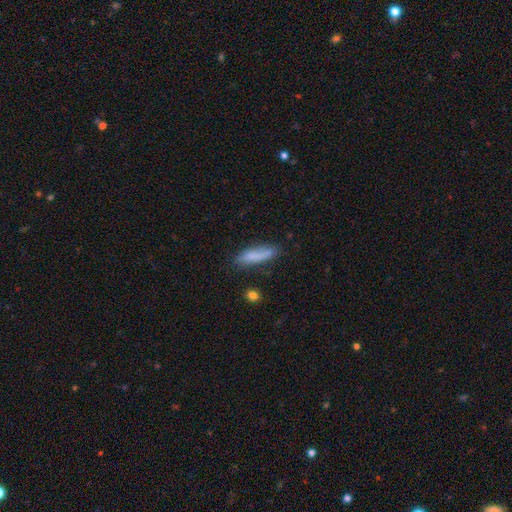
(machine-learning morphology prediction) type=smooth (73%); roundness=cigar-shaped (67%); merging=none (68%).